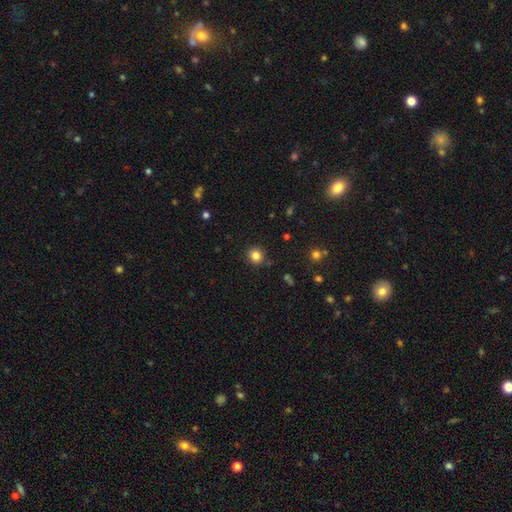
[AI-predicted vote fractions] smooth 83%, star or artifact 12%, featured or disk 5%. Down the decision tree: how rounded — round (87%); merging — none (89%).